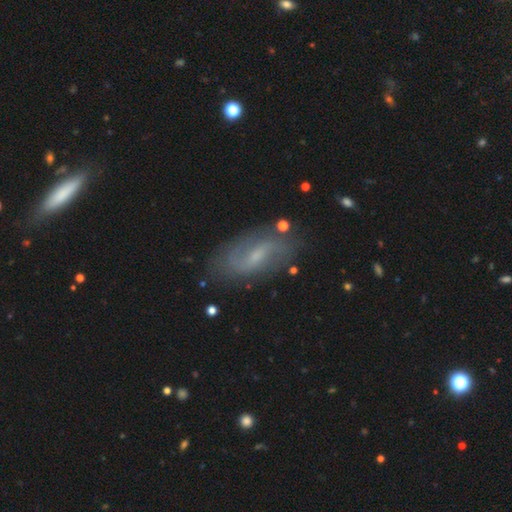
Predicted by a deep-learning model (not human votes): This appears to be a featured or disk galaxy (69%) with a weak bar (58%), 2 (74%) loose (47%) spiral arms (86%) and a small central bulge (59%). Merging: none (76%).